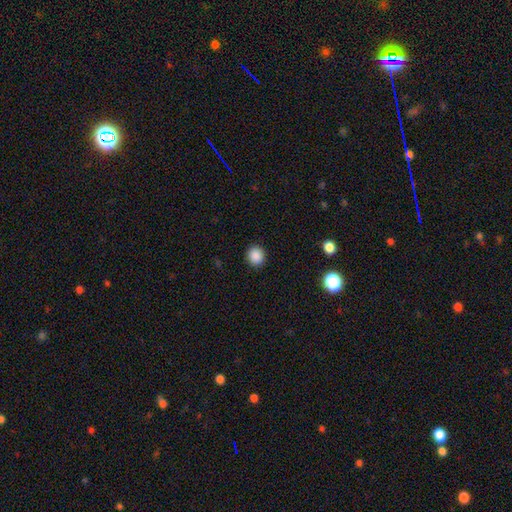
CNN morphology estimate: Smooth or featured? Predicted: smooth (p=0.88). How rounded? Predicted: round (p=0.86). Merging? Predicted: none (p=0.92).